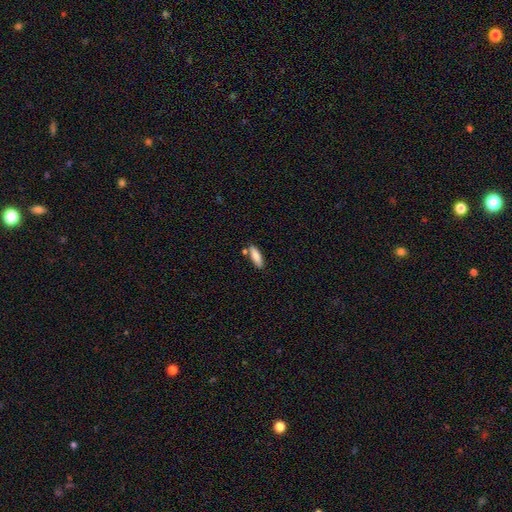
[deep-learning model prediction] Smooth or featured?
  - smooth: 85% *
  - featured or disk: 8%
  - star or artifact: 6%
How rounded?
  - in between: 53% *
  - cigar-shaped: 45%
  - round: 2%
Merging?
  - none: 75% *
  - minor disturbance: 13%
  - merger: 9%
  - major disturbance: 3%